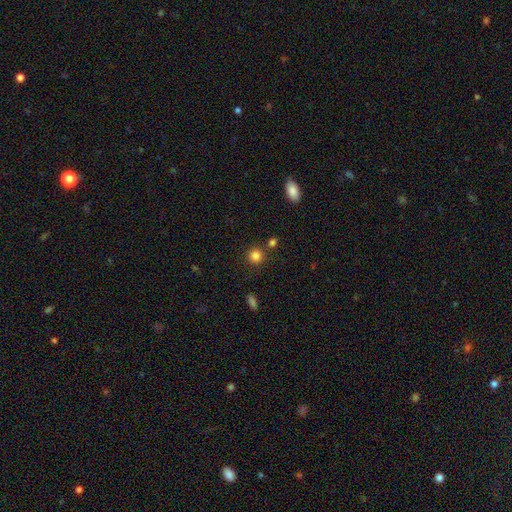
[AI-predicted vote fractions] This appears to be a smooth galaxy with no disk features (83%) that is round (91%). Merging: none (83%).